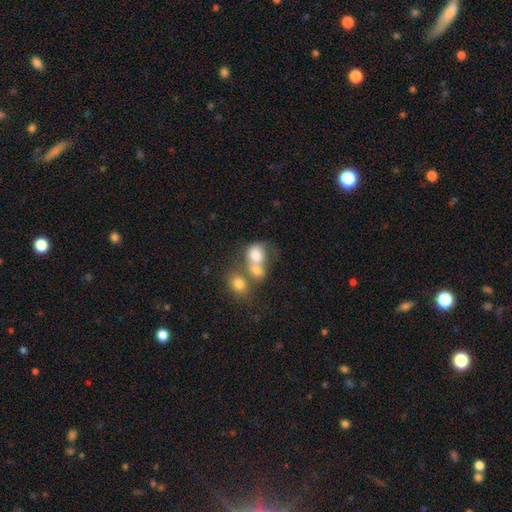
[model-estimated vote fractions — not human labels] The model was most divided on "how rounded": in between: 57%, round: 42%, cigar-shaped: 1%. More confident: smooth or featured — smooth (72%); merging — merger (63%).